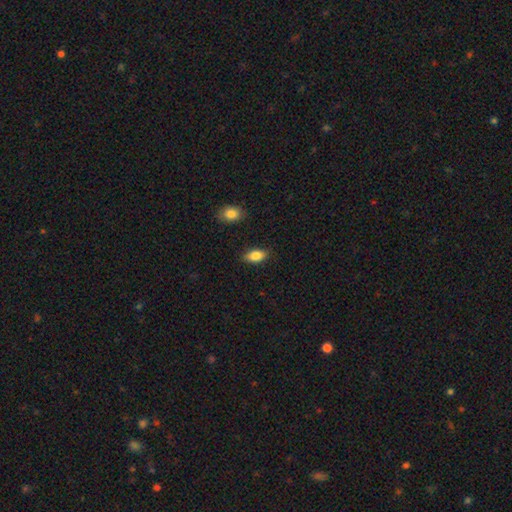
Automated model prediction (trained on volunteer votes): The model was most divided on "merging": none: 84%, minor disturbance: 11%, major disturbance: 2%, merger: 2%. More confident: how rounded — in between (91%); smooth or featured — smooth (85%).